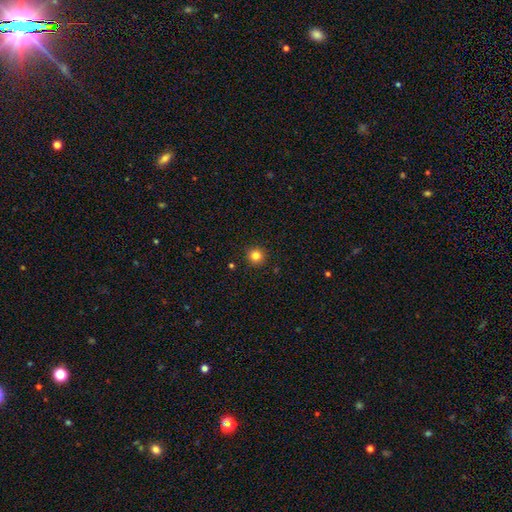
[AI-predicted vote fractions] smooth 83%, star or artifact 12%, featured or disk 5%. Down the decision tree: how rounded — round (94%); merging — none (92%).